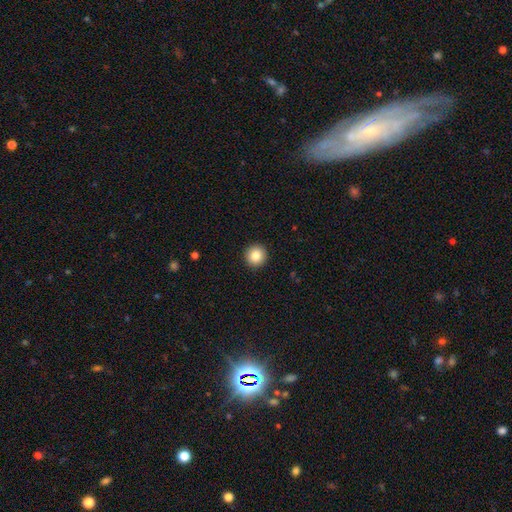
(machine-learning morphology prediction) smooth 84%, star or artifact 9%, featured or disk 6%. Down the decision tree: how rounded — round (96%); merging — none (94%).